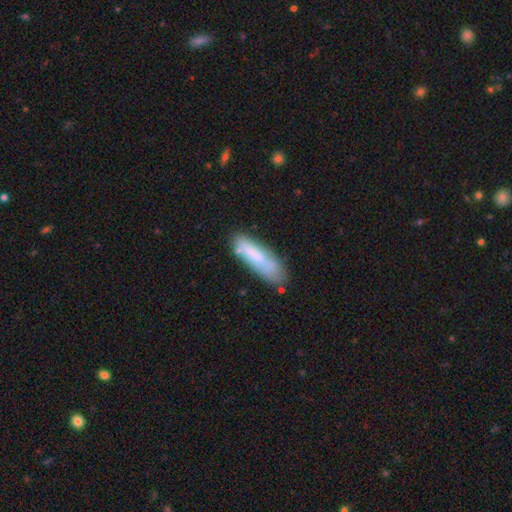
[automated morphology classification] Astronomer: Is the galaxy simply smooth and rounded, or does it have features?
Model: smooth — 72%.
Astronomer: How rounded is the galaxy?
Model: cigar-shaped — 65%.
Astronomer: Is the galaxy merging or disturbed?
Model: none — 66%.